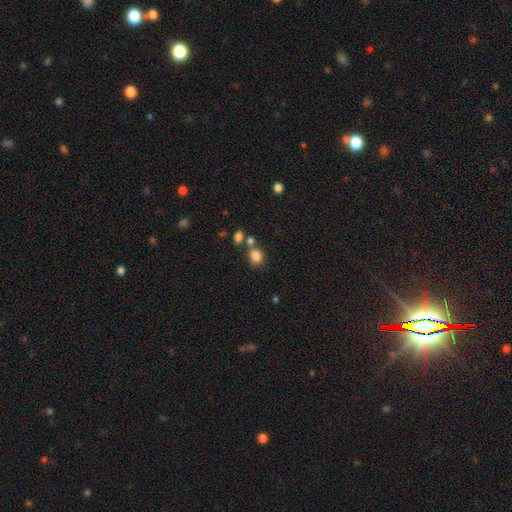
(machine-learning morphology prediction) A smooth galaxy with no disk features (84%) that is round (62%).

Vote fractions:
- Smooth or featured? smooth: 84% / star or artifact: 11% / featured or disk: 6%
- How rounded? round: 62% / in between: 37% / cigar-shaped: 1%
- Merging? none: 64% / merger: 21% / minor disturbance: 11% / major disturbance: 4%